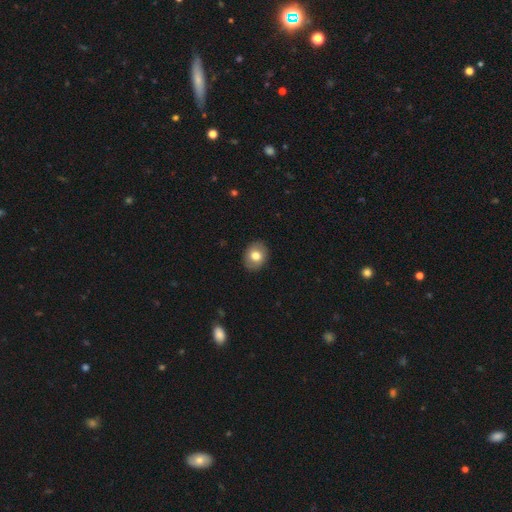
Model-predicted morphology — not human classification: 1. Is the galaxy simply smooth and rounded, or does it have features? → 75% smooth, 18% featured or disk, 8% star or artifact.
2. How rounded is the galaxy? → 52% in between, 47% round, 1% cigar-shaped.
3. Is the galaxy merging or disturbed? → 88% none, 9% minor disturbance, 2% major disturbance, 1% merger.